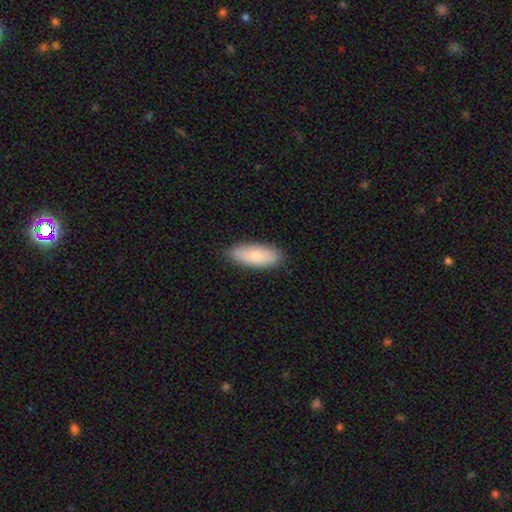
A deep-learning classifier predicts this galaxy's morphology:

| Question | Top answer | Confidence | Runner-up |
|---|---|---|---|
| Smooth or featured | smooth | 78% | featured or disk (16%) |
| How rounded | in between | 78% | cigar-shaped (19%) |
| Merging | none | 86% | minor disturbance (11%) |